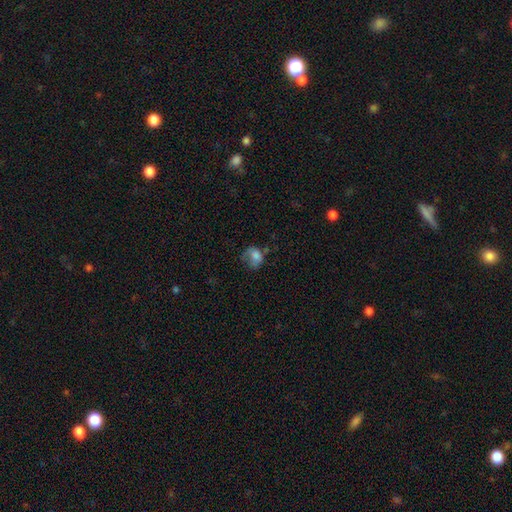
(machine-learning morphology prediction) A smooth galaxy with no disk features (69%) that is in between round and cigar-shaped (53%). Merging: major disturbance (34%).